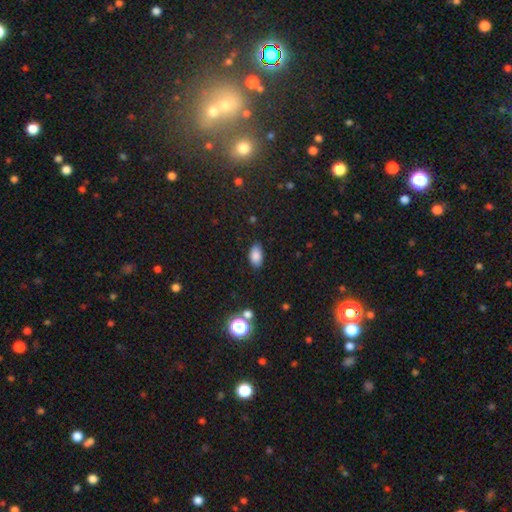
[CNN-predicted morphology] smooth_or_featured: smooth (p=0.85) [alt: star or artifact p=0.10]
how_rounded: in between (p=0.93) [alt: round p=0.05]
merging: none (p=0.85) [alt: minor disturbance p=0.12]